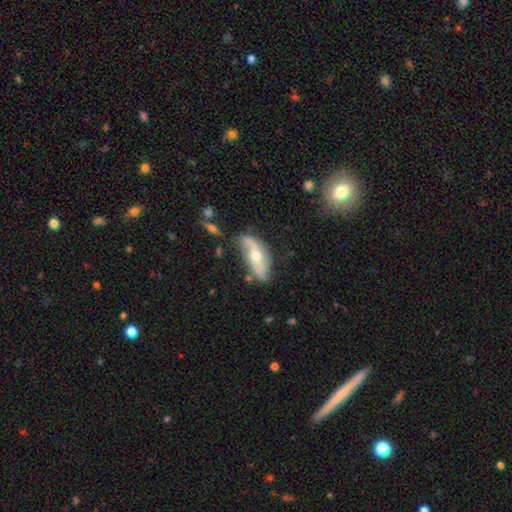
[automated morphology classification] Overall: featured or disk (64%; smooth 29%). Edge-on disk: no (83%). Bar: no (63%; weak 25%). Spiral arms: yes (80%). Bulge size: moderate (63%; small 31%). Merging: none (57%; minor disturbance 27%).